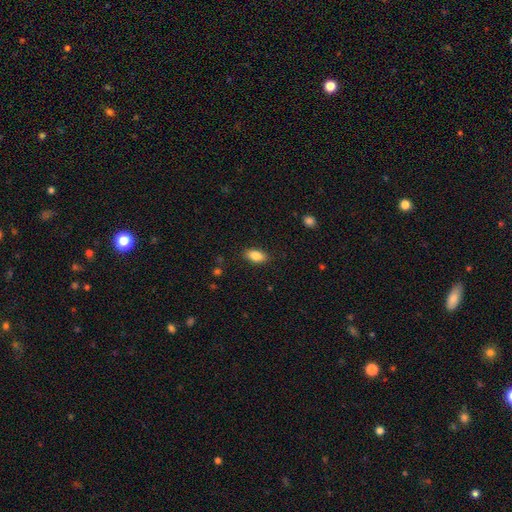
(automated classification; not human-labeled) smooth 86%, star or artifact 8%, featured or disk 7%. Down the decision tree: how rounded — in between (90%); merging — none (87%).